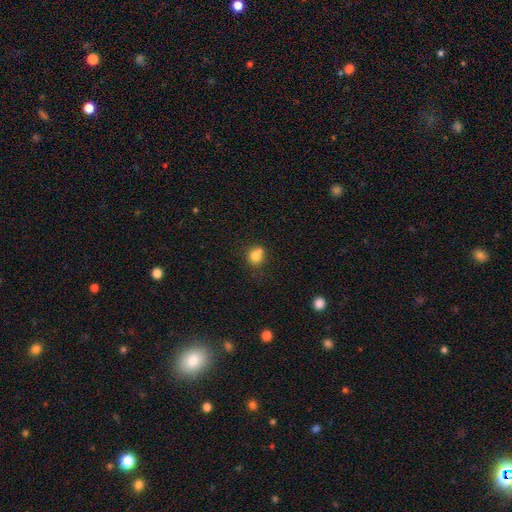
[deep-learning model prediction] smooth_or_featured: smooth (p=0.78) [alt: star or artifact p=0.12]
how_rounded: round (p=0.76) [alt: in between p=0.23]
merging: none (p=0.50) [alt: merger p=0.31]